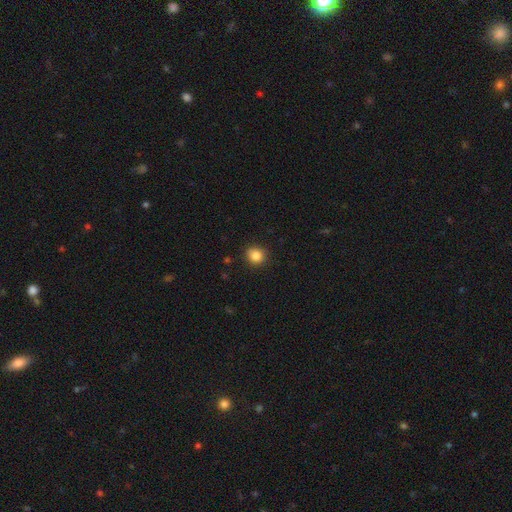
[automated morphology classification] A smooth galaxy with no disk features (85%) that is round (87%). Merging: none (88%).